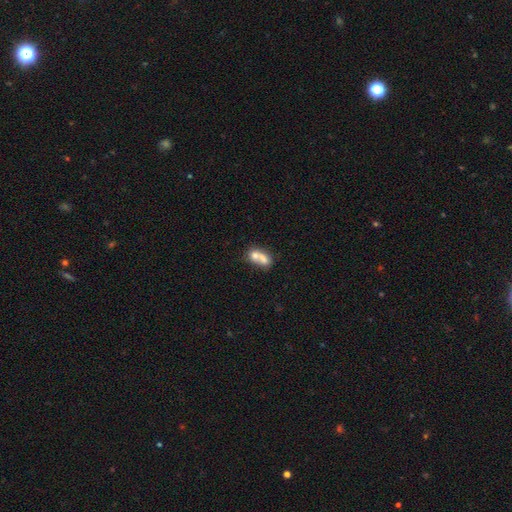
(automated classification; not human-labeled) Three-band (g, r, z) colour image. It shows a smooth galaxy with no disk features (64%) that is in between round and cigar-shaped (59%). Merging: merger (68%).